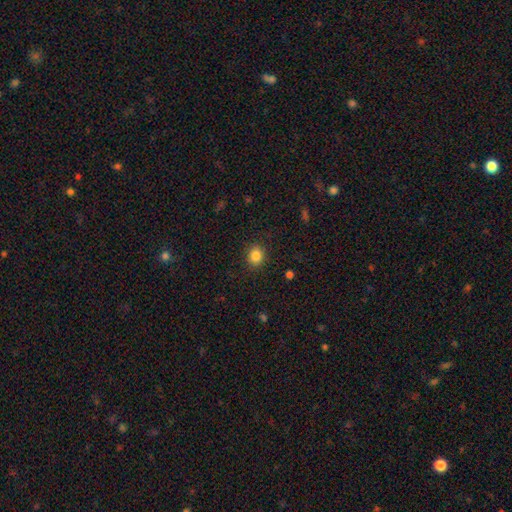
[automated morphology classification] A smooth galaxy with no disk features (85%) that is round (70%). Merging: none (89%).